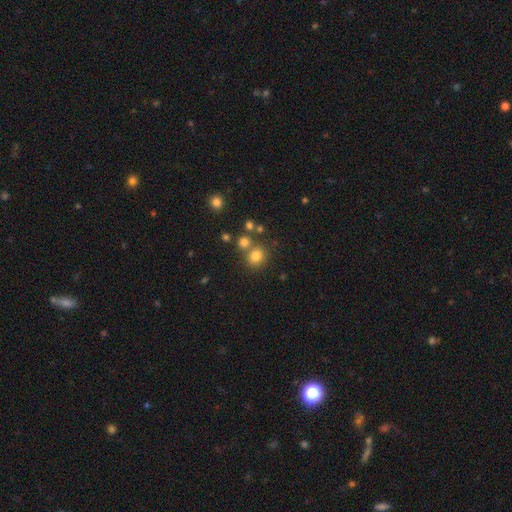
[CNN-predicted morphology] Overall: smooth (78%). How rounded: round (80%). Merging: none (68%).